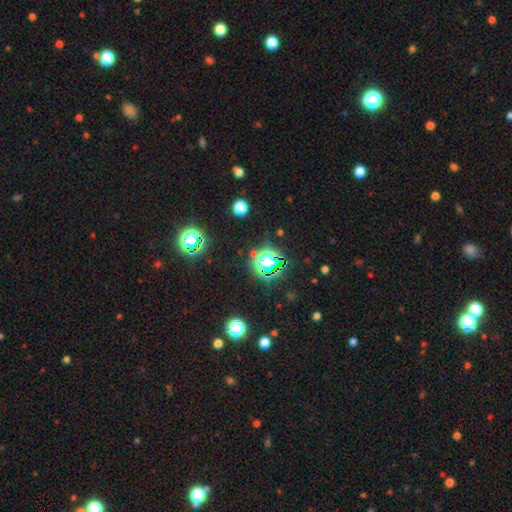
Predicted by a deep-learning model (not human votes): Overall: star or artifact (76%).